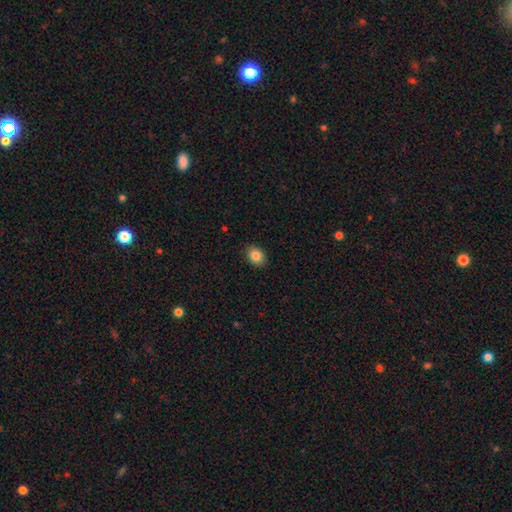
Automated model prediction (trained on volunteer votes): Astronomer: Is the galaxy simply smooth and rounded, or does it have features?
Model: smooth — 84%.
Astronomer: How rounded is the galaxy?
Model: in between — 63%.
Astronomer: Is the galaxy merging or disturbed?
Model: none — 89%.